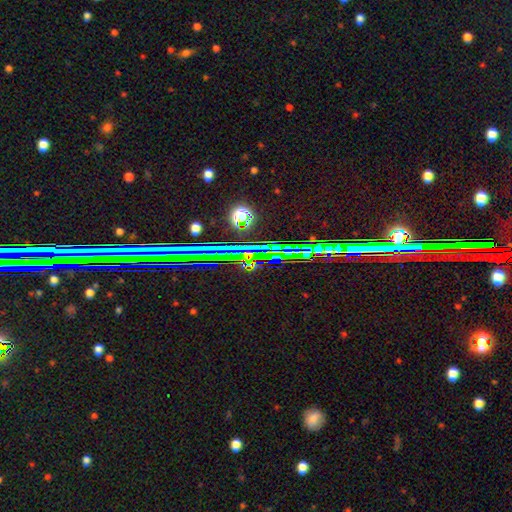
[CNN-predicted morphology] smooth_or_featured: star or artifact (p=0.75) [alt: featured or disk p=0.15]